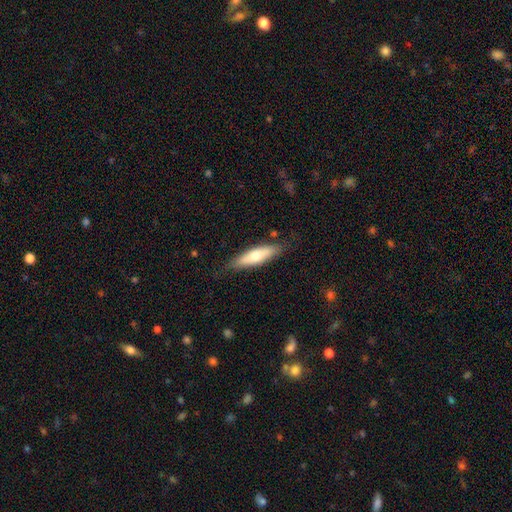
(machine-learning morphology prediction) Smooth or featured? Predicted: smooth (p=0.61). How rounded? Predicted: cigar-shaped (p=0.70). Merging? Predicted: none (p=0.81).